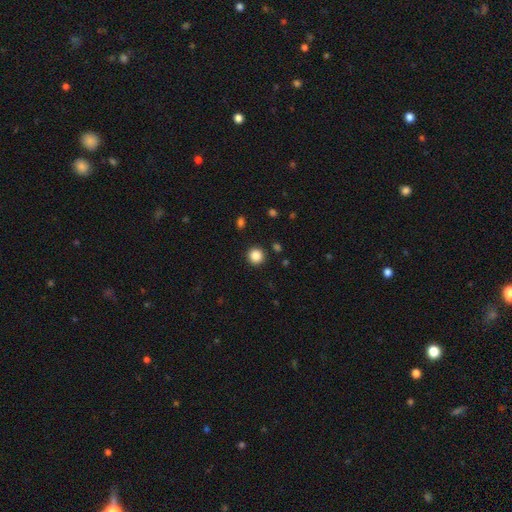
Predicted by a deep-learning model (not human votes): Smooth or featured: smooth — 86% (star or artifact — 10%)
How rounded: round — 94% (in between — 5%)
Merging: none — 91% (minor disturbance — 5%)